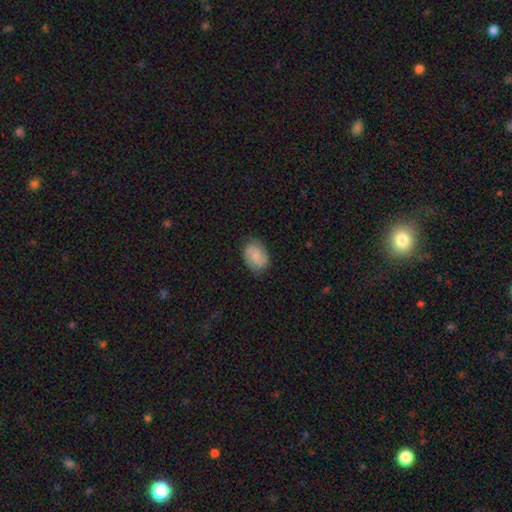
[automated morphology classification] Smooth or featured: featured or disk — 68% (smooth — 26%)
Edge-on disk: no — 98% (yes — 2%)
Bar: no — 49% (weak — 43%)
Spiral arms: yes — 95% (no — 5%)
Spiral winding: medium — 49% (tight — 34%)
Spiral arm count: 2 — 89% (can't tell — 5%)
Bulge size: small — 46% (moderate — 30%)
Merging: none — 83% (minor disturbance — 13%)